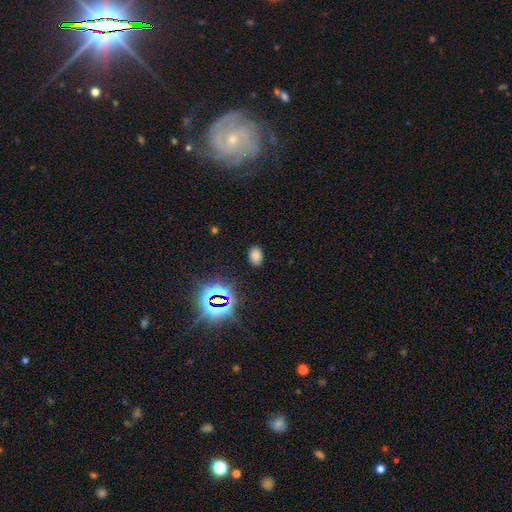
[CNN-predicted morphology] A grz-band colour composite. It shows a smooth galaxy with no disk features (72%) that is in between round and cigar-shaped (82%). Merging: none (87%).